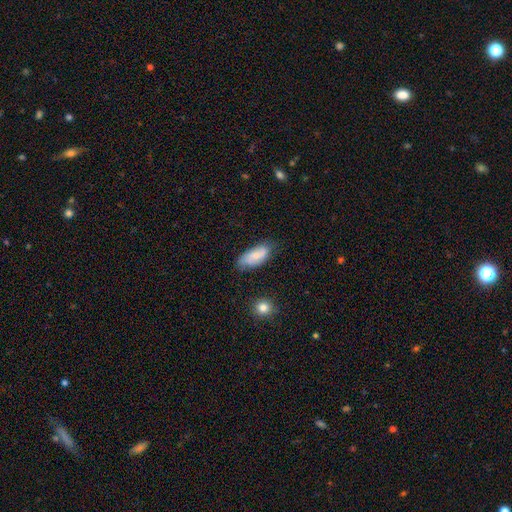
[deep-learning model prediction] This appears to be a smooth galaxy with no disk features (69%) that is in between round and cigar-shaped (87%). Merging: none (70%).